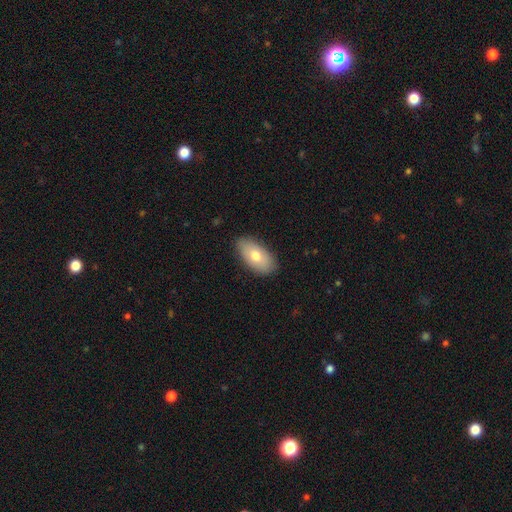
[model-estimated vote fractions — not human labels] smooth_or_featured: smooth (p=0.71) [alt: featured or disk p=0.22]
how_rounded: in between (p=0.93) [alt: round p=0.04]
merging: none (p=0.85) [alt: minor disturbance p=0.12]